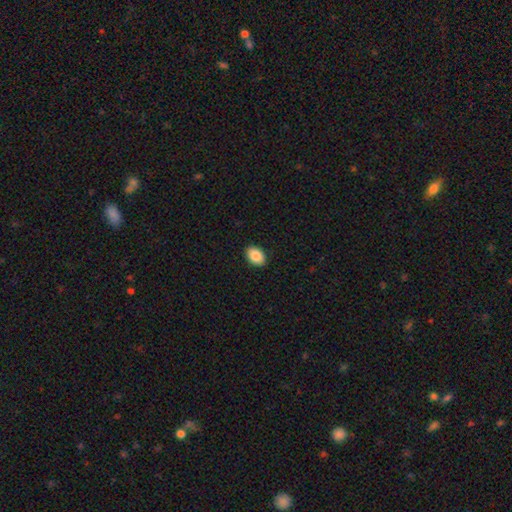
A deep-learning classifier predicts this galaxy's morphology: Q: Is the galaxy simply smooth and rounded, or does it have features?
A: smooth — 88%.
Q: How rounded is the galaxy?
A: in between — 83%.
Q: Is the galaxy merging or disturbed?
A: none — 91%.